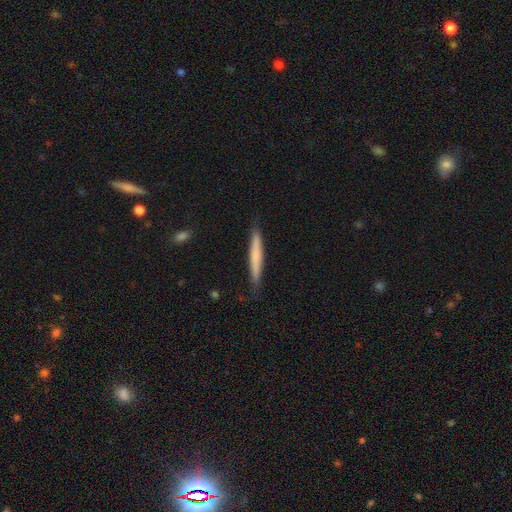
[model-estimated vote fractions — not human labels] Smooth or featured?
  - smooth: 63% *
  - featured or disk: 31%
  - star or artifact: 6%
How rounded?
  - cigar-shaped: 96% *
  - in between: 3%
  - round: 1%
Merging?
  - none: 85% *
  - minor disturbance: 12%
  - major disturbance: 2%
  - merger: 1%